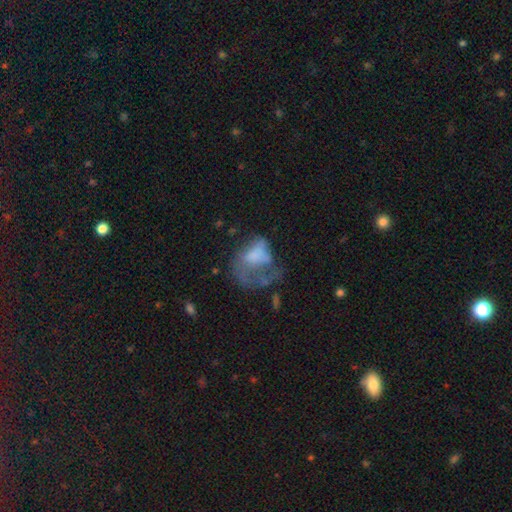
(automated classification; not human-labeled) smooth_or_featured: smooth (p=0.45) [alt: featured or disk p=0.44]
merging: major disturbance (p=0.59) [alt: none p=0.18]